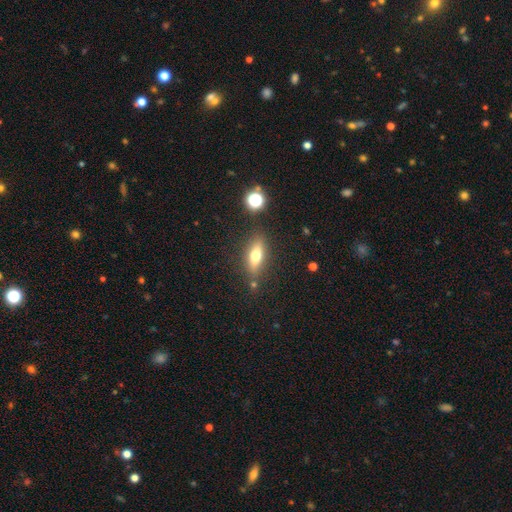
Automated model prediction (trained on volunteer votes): smooth-or-featured: smooth: 64% | featured or disk: 27% | star or artifact: 10%
  how-rounded: in between: 61% | cigar-shaped: 33% | round: 6%
  merging: none: 81% | minor disturbance: 12% | merger: 4% | major disturbance: 3%